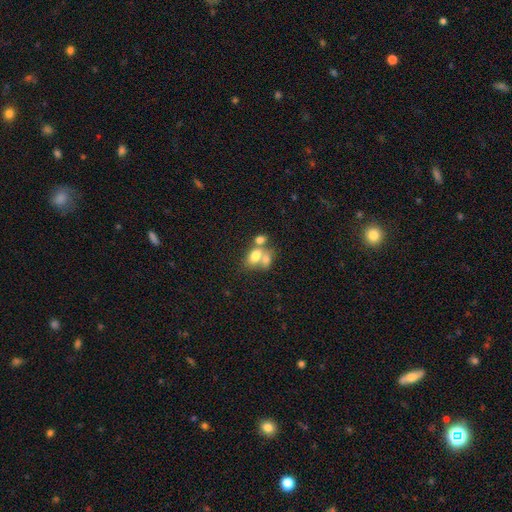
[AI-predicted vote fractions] Smooth or featured? Predicted: smooth (p=0.71). How rounded? Predicted: in between (p=0.75). Merging? Predicted: merger (p=0.60).